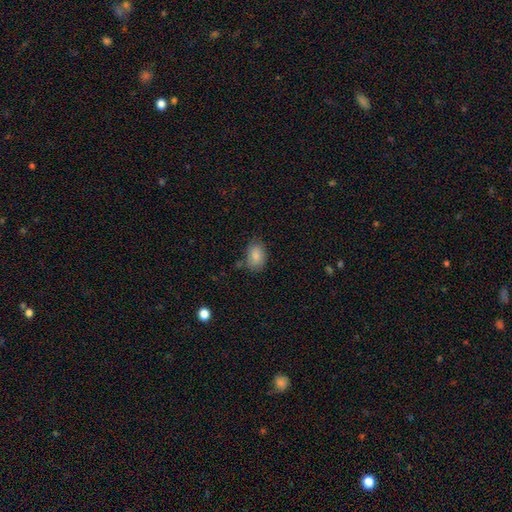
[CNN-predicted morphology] Smooth or featured? Predicted: smooth (p=0.85). How rounded? Predicted: in between (p=0.84). Merging? Predicted: none (p=0.71).